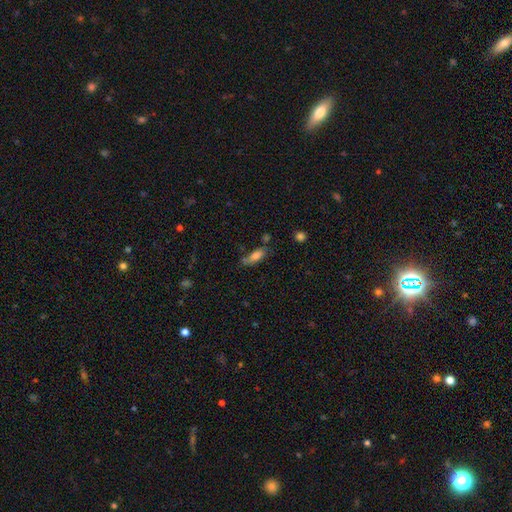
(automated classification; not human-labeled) This appears to be a smooth galaxy with no disk features (70%) that is in between round and cigar-shaped (66%). Merging: none (56%).